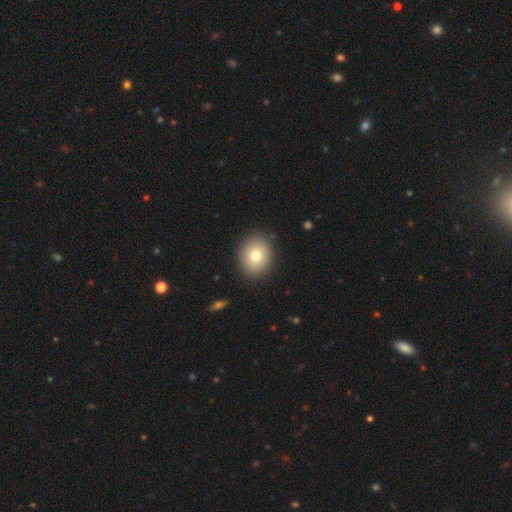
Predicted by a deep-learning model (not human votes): This appears to be a smooth galaxy with no disk features (77%) that is round (63%). Merging: none (89%).